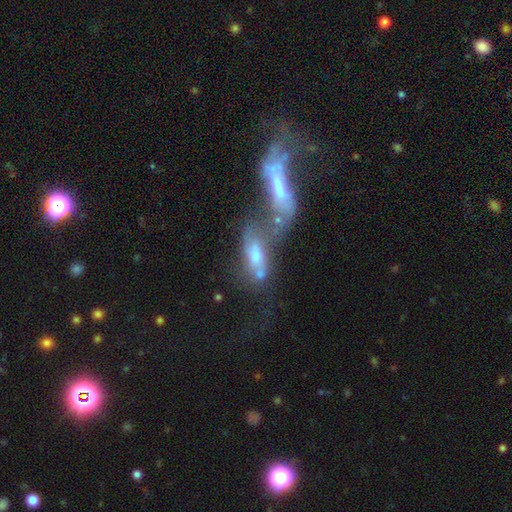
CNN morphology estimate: smooth-or-featured: featured or disk: 47% | smooth: 40% | star or artifact: 13%
  merging: merger: 69% | major disturbance: 14% | none: 11% | minor disturbance: 7%